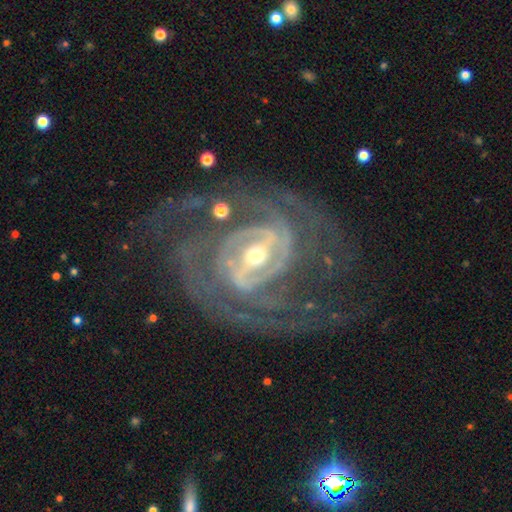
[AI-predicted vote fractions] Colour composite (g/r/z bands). It shows a featured or disk galaxy (93%) with a strong bar (62%), 2 (33%) tight (56%) spiral arms (98%) and a small central bulge (50%). Merging: none (64%).